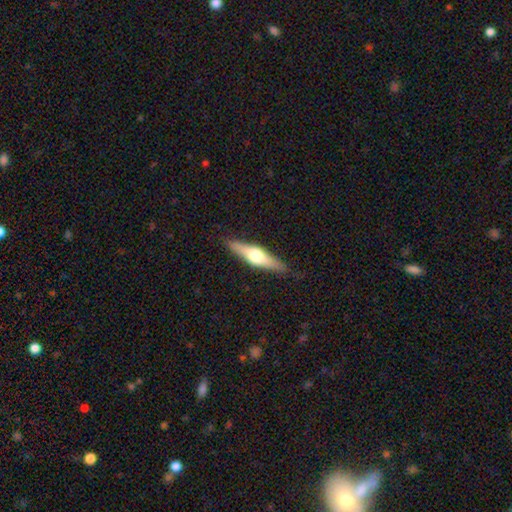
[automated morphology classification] Smooth or featured?
  - featured or disk: 58% *
  - smooth: 36%
  - star or artifact: 5%
Edge-on disk?
  - yes: 95% *
  - no: 5%
Edge-on bulge?
  - rounded: 92% *
  - boxy: 5%
  - none: 2%
Merging?
  - none: 88% *
  - minor disturbance: 9%
  - major disturbance: 2%
  - merger: 1%